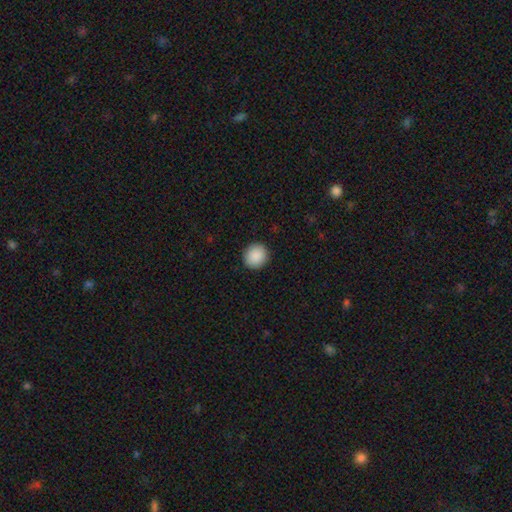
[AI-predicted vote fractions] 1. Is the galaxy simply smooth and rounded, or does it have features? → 90% smooth, 7% star or artifact, 3% featured or disk.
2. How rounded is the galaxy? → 89% round, 10% in between, 1% cigar-shaped.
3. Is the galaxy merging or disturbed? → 92% none, 5% minor disturbance, 2% major disturbance, 1% merger.